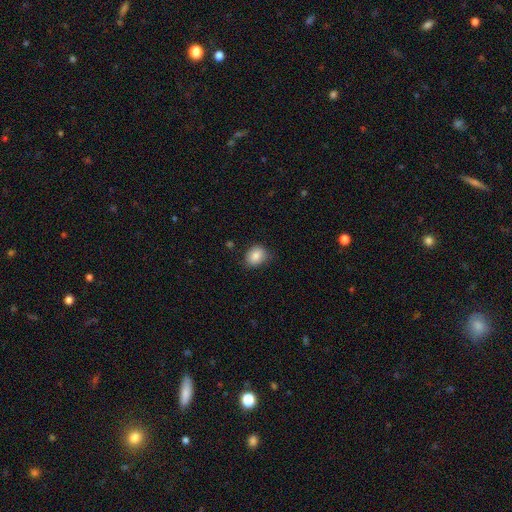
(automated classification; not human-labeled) Overall: smooth (84%). How rounded: round (55%; in between 44%). Merging: none (80%).